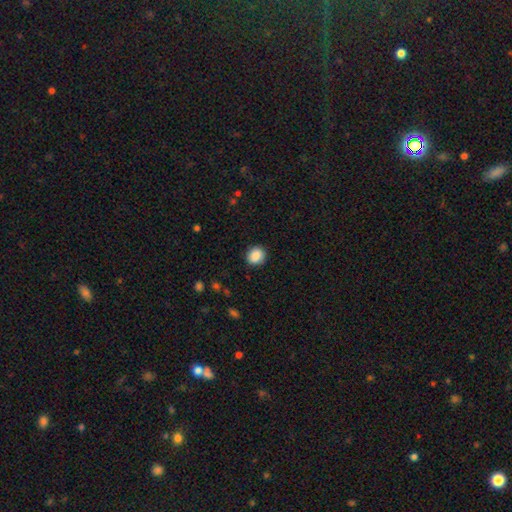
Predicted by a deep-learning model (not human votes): smooth_or_featured: smooth (p=0.88) [alt: star or artifact p=0.08]
how_rounded: round (p=0.79) [alt: in between p=0.20]
merging: none (p=0.89) [alt: minor disturbance p=0.08]